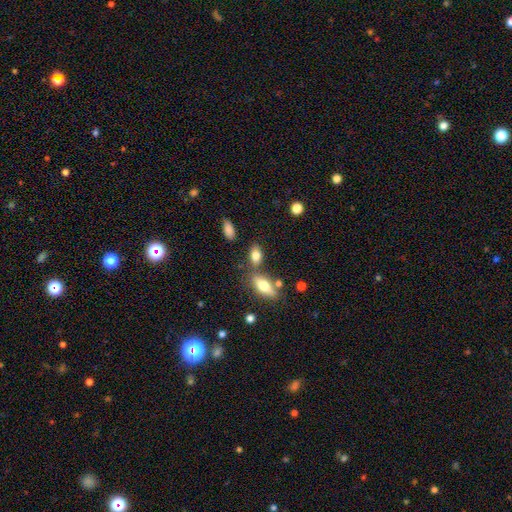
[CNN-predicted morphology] A smooth galaxy with no disk features (79%) that is in between round and cigar-shaped (82%). Merging: none (66%).